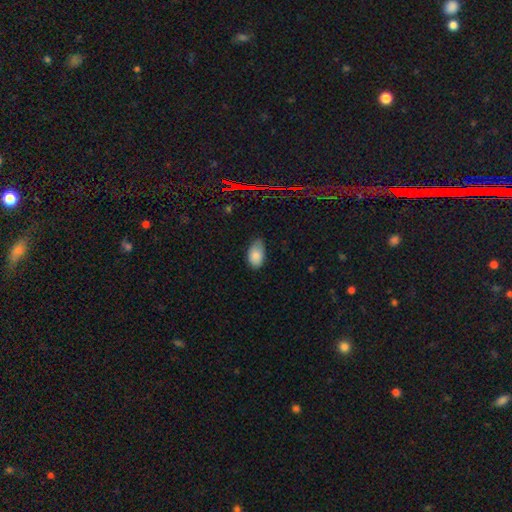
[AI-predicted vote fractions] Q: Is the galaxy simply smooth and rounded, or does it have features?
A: smooth — 84%.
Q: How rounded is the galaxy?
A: in between — 93%.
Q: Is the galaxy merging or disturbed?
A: none — 65%.